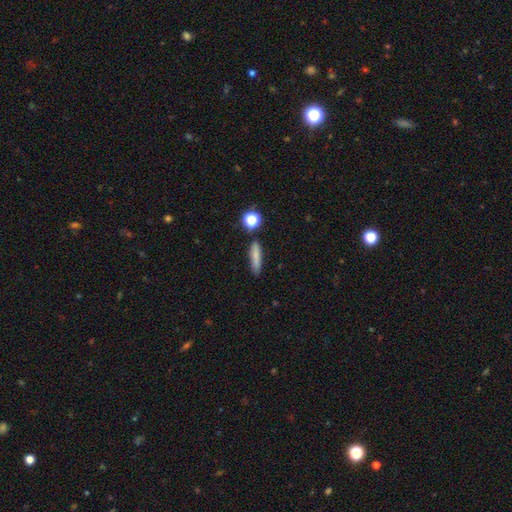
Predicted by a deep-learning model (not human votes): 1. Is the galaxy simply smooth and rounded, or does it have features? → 78% smooth, 11% featured or disk, 11% star or artifact.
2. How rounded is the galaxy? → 76% cigar-shaped, 18% in between, 5% round.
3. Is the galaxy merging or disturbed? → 79% none, 12% minor disturbance, 5% merger, 3% major disturbance.